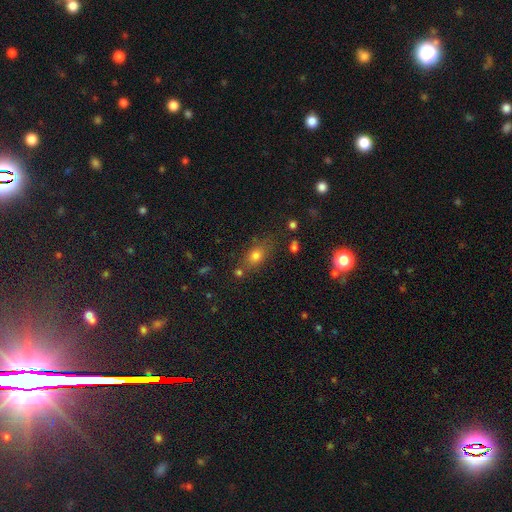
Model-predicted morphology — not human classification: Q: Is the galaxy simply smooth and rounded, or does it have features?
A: smooth — 74%.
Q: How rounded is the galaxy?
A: in between — 65%.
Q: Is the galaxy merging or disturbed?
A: none — 68%.